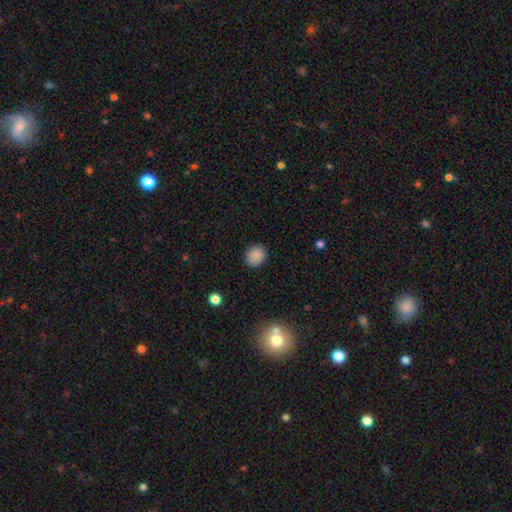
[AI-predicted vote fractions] smooth-or-featured: smooth: 86% | star or artifact: 10% | featured or disk: 4%
  how-rounded: round: 79% | in between: 20% | cigar-shaped: 1%
  merging: none: 89% | minor disturbance: 7% | major disturbance: 2% | merger: 1%